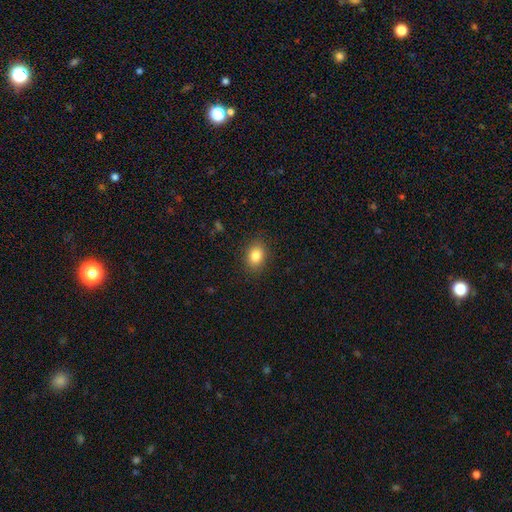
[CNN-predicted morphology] Smooth or featured: smooth — 84% (star or artifact — 10%)
How rounded: in between — 62% (round — 37%)
Merging: none — 88% (minor disturbance — 9%)